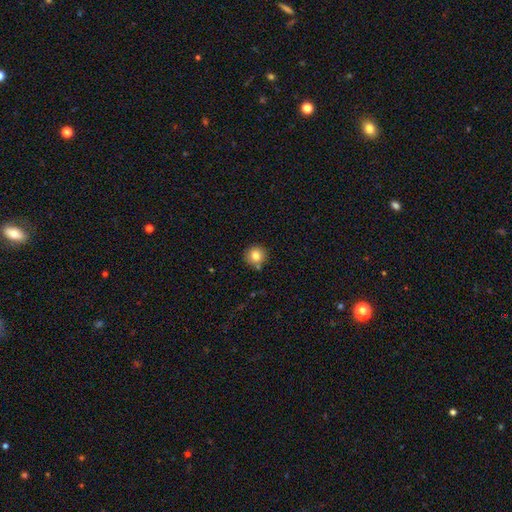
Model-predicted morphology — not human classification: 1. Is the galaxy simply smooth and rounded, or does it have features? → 82% smooth, 10% star or artifact, 8% featured or disk.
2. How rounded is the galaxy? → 94% round, 5% in between, 1% cigar-shaped.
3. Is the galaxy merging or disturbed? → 83% none, 9% minor disturbance, 6% merger, 2% major disturbance.